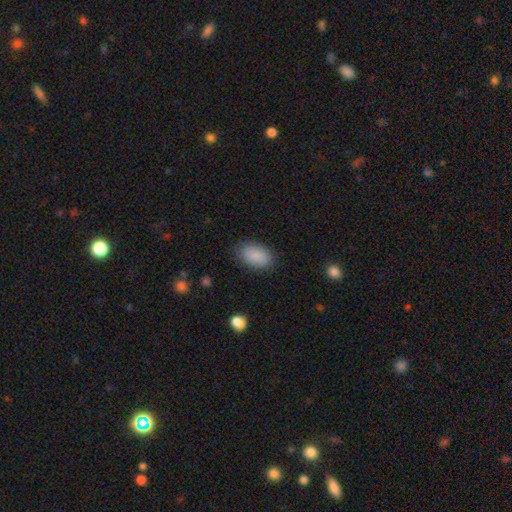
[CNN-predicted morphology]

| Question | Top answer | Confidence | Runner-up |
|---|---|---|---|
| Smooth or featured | smooth | 89% | star or artifact (7%) |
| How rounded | in between | 91% | round (7%) |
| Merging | none | 84% | minor disturbance (12%) |